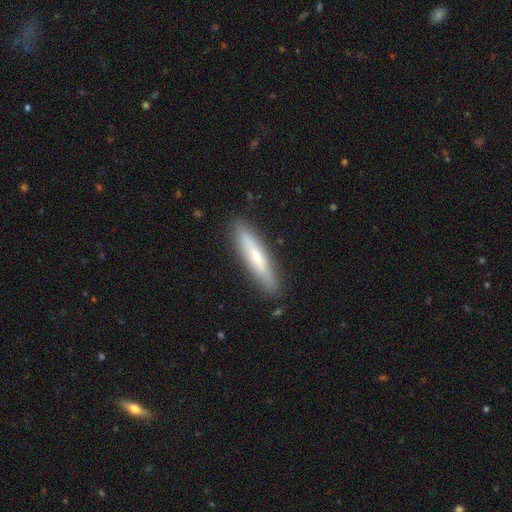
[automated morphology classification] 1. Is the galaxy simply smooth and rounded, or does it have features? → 61% smooth, 33% featured or disk, 6% star or artifact.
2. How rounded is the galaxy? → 88% cigar-shaped, 10% in between, 1% round.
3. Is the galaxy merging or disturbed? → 87% none, 9% minor disturbance, 2% major disturbance, 1% merger.